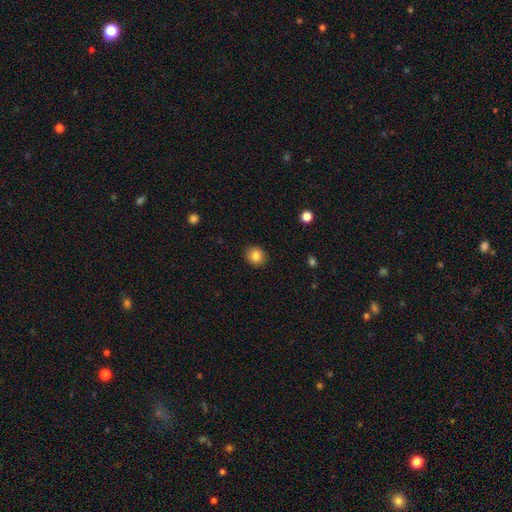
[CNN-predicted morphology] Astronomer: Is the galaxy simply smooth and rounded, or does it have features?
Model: smooth — 84%.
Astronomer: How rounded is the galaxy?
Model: round — 79%.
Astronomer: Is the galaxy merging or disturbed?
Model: none — 90%.